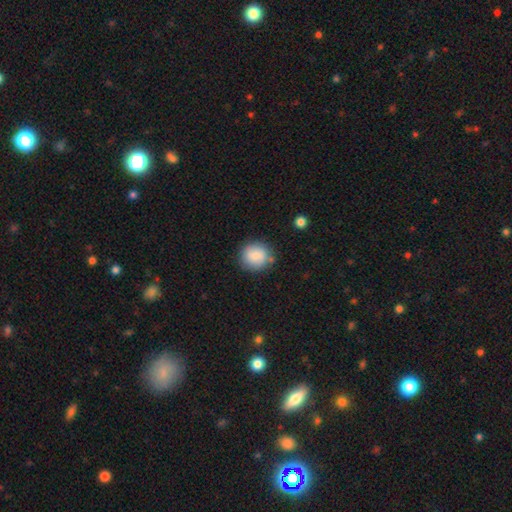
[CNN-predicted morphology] type=smooth (85%); roundness=round (86%); merging=none (80%).